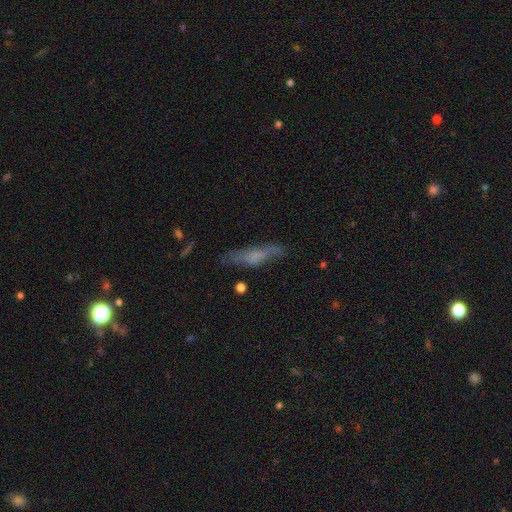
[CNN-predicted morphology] This appears to be a smooth galaxy with no disk features (51%) that is cigar-shaped (76%). Merging: none (66%).